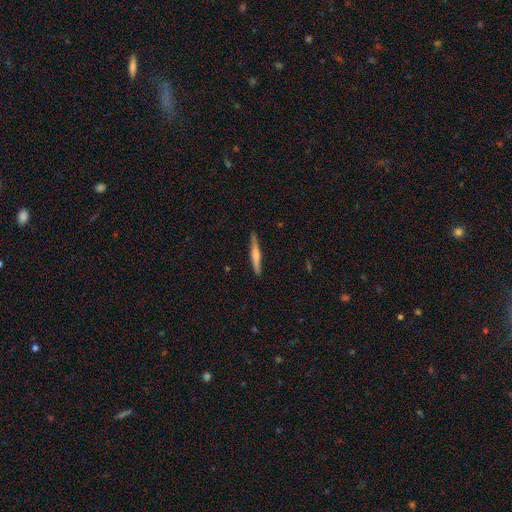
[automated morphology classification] Smooth or featured: smooth — 50% (featured or disk — 44%)
How rounded: cigar-shaped — 94% (in between — 4%)
Merging: none — 85% (minor disturbance — 11%)